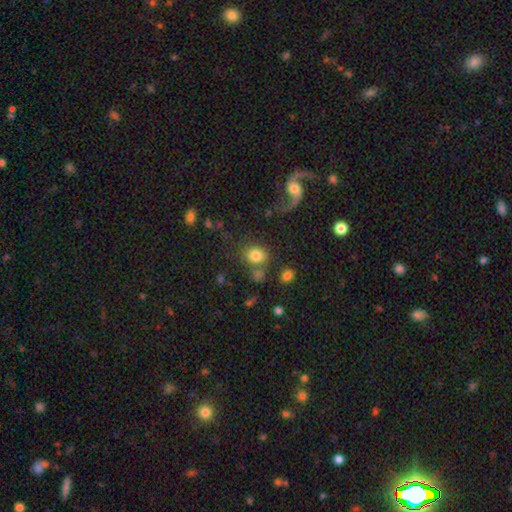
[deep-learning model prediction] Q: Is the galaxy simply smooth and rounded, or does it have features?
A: smooth — 77%.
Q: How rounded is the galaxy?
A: round — 69%.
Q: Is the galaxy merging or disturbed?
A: none — 62%.